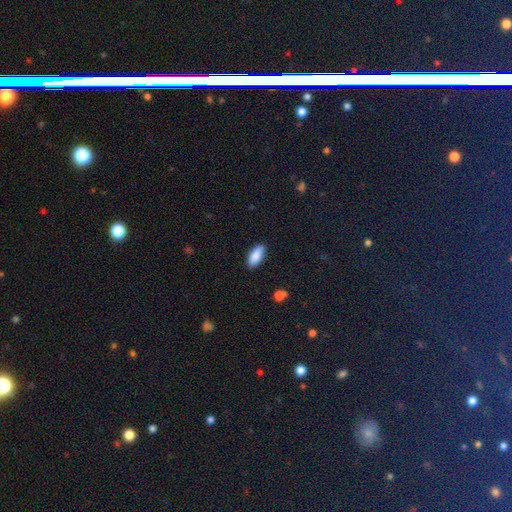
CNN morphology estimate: Smooth or featured: smooth — 86% (featured or disk — 8%)
How rounded: in between — 85% (cigar-shaped — 13%)
Merging: none — 86% (minor disturbance — 11%)